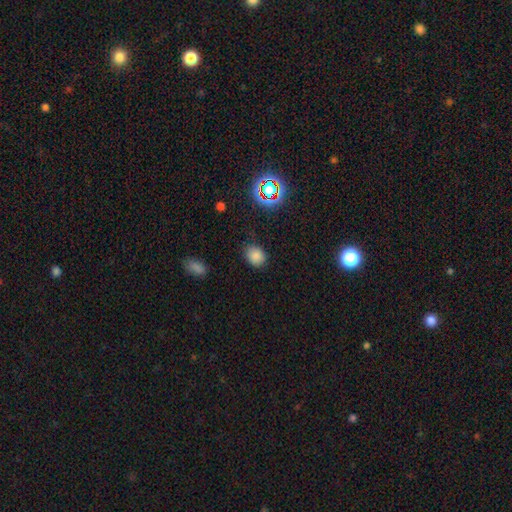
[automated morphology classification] smooth-or-featured: smooth: 81% | star or artifact: 15% | featured or disk: 5%
  how-rounded: round: 55% | in between: 44% | cigar-shaped: 1%
  merging: none: 81% | minor disturbance: 14% | major disturbance: 3% | merger: 2%